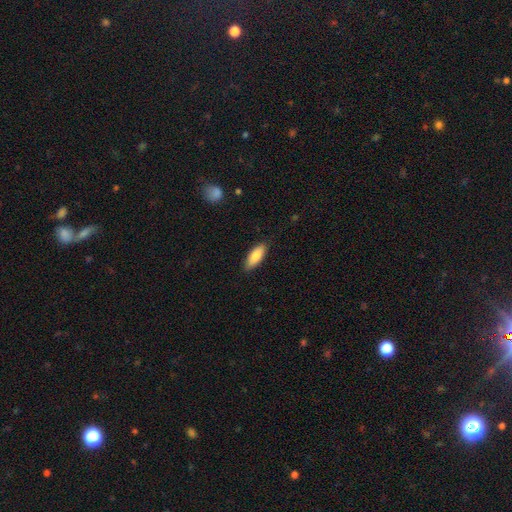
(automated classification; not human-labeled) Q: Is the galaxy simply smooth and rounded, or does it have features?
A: smooth — 84%.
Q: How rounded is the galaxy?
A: in between — 72%.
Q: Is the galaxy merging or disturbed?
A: none — 86%.